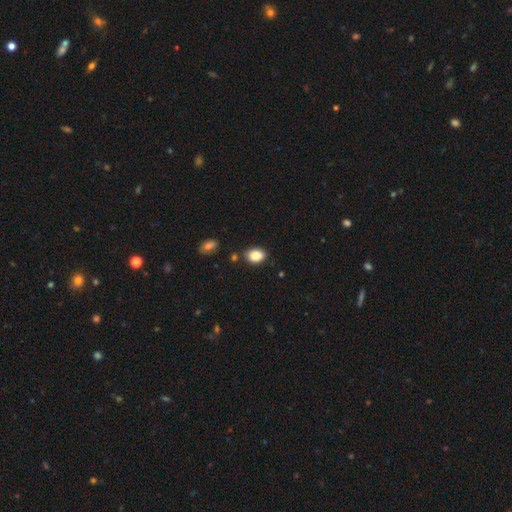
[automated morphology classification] This appears to be a smooth galaxy with no disk features (88%) that is in between round and cigar-shaped (77%). Merging: none (81%).